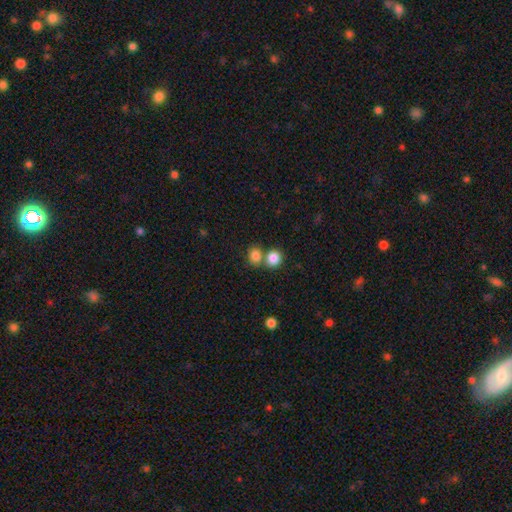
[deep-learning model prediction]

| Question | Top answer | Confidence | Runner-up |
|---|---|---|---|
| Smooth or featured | smooth | 83% | star or artifact (10%) |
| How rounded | round | 68% | in between (31%) |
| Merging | none | 51% | merger (39%) |